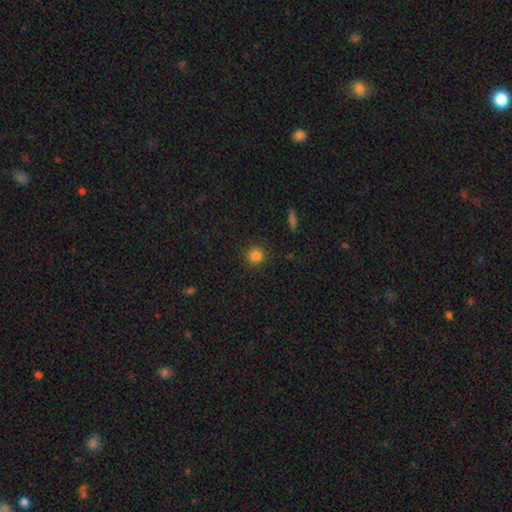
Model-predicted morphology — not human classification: smooth-or-featured: smooth: 84% | star or artifact: 12% | featured or disk: 4%
  how-rounded: round: 90% | in between: 9% | cigar-shaped: 1%
  merging: none: 89% | minor disturbance: 7% | major disturbance: 2% | merger: 1%